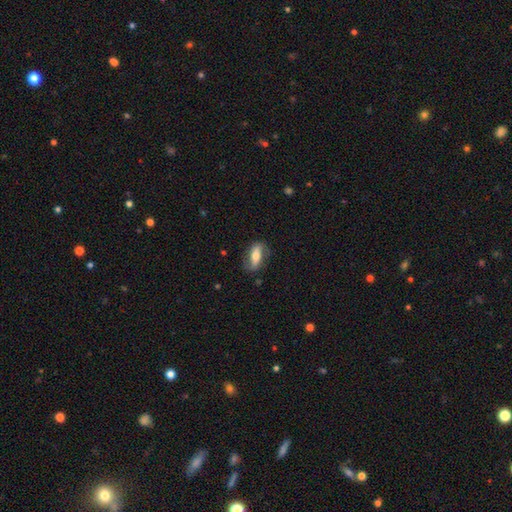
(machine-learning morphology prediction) A featured or disk galaxy (59%) with a strong bar (47%), spiral arms (77%) and a moderate central bulge (61%). Merging: none (74%).